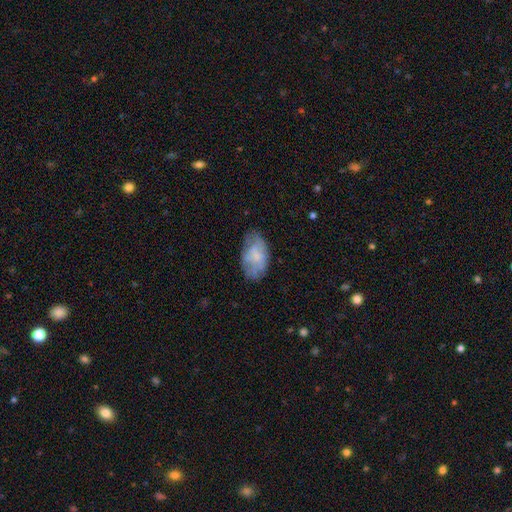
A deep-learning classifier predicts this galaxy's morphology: Smooth or featured? smooth (56%)
How rounded? in between (93%)
Merging? none (61%)